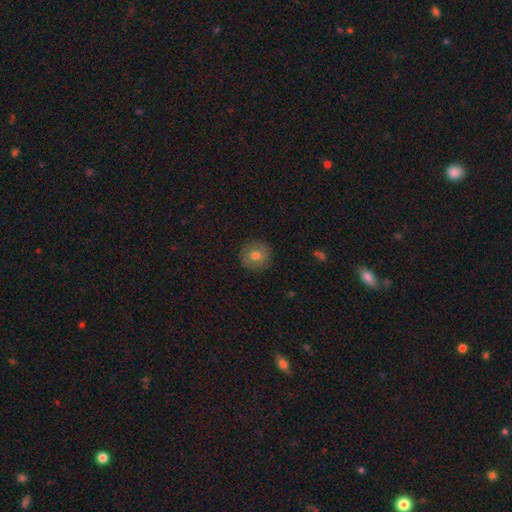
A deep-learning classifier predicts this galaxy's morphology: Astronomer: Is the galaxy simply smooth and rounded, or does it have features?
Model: smooth — 71%.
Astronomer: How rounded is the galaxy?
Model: round — 92%.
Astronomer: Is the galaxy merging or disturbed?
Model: none — 88%.